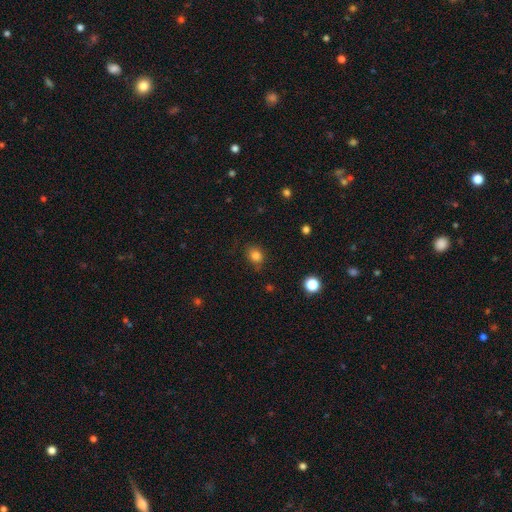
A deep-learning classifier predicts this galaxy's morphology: This is clearly a smooth galaxy (83%). How rounded: likely round (63%). Merging: likely none (78%).